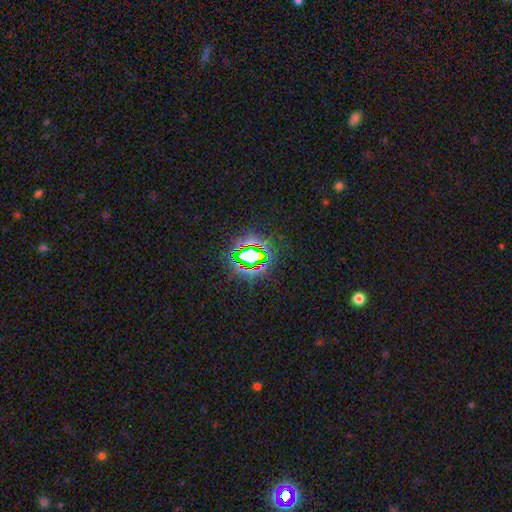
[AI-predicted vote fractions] star or artifact 79%, smooth 13%, featured or disk 8%.